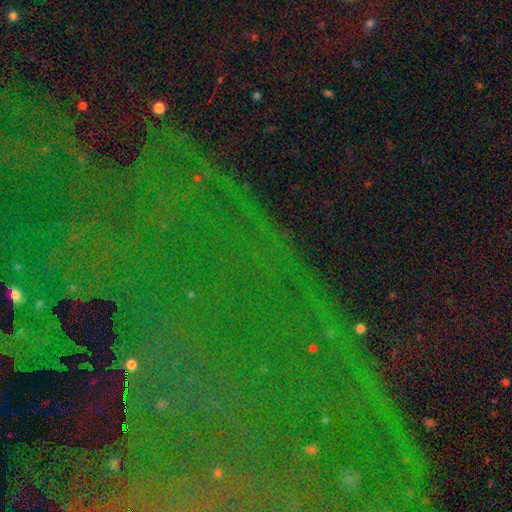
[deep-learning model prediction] A star or artifact, not a galaxy (83%).